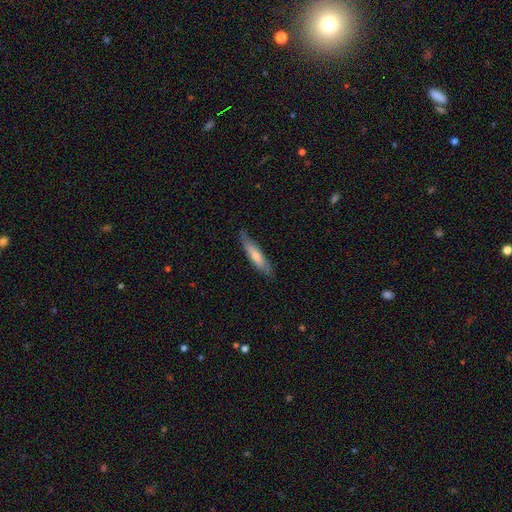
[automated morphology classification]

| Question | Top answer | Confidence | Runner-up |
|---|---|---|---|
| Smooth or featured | smooth | 56% | featured or disk (38%) |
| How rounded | cigar-shaped | 85% | in between (14%) |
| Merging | none | 78% | minor disturbance (17%) |